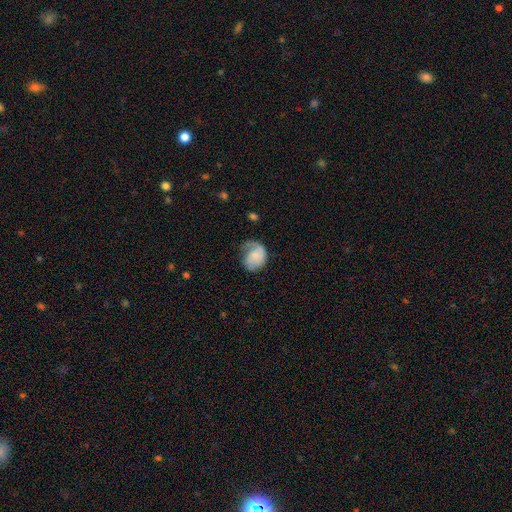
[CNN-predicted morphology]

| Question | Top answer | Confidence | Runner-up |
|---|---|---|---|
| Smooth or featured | smooth | 48% | featured or disk (45%) |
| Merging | none | 35% | major disturbance (32%) |